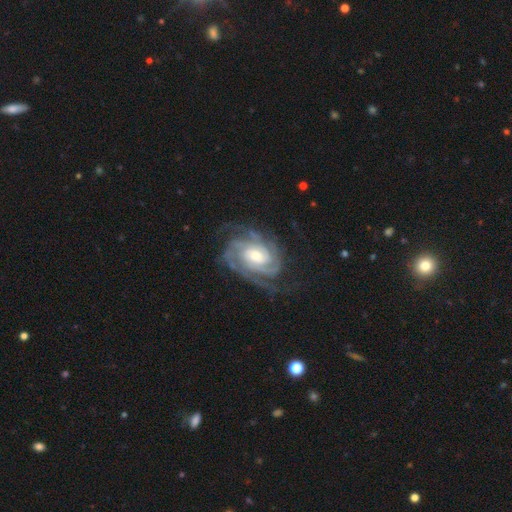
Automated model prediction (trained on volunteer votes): Smooth or featured: featured or disk — 92% (smooth — 4%)
Edge-on disk: no — 97% (yes — 3%)
Bar: no — 62% (weak — 29%)
Spiral arms: yes — 98% (no — 2%)
Spiral winding: tight — 67% (medium — 29%)
Spiral arm count: 3 — 33% (2 — 24%)
Bulge size: moderate — 63% (small — 19%)
Merging: none — 72% (minor disturbance — 17%)